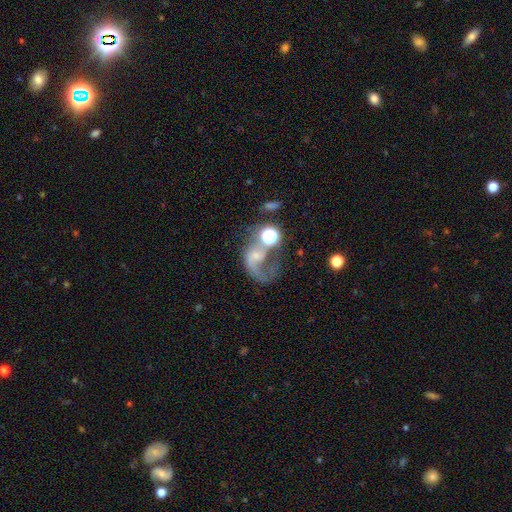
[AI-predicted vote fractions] Smooth or featured?
  - featured or disk: 61% *
  - smooth: 23%
  - star or artifact: 15%
Edge-on disk?
  - no: 97% *
  - yes: 3%
Bar?
  - no: 61% *
  - weak: 30%
  - strong: 9%
Spiral arms?
  - yes: 79% *
  - no: 21%
Bulge size?
  - small: 38% *
  - moderate: 30%
  - none: 21%
  - large: 8%
  - dominant: 3%
Merging?
  - major disturbance: 42% *
  - merger: 24%
  - none: 22%
  - minor disturbance: 12%